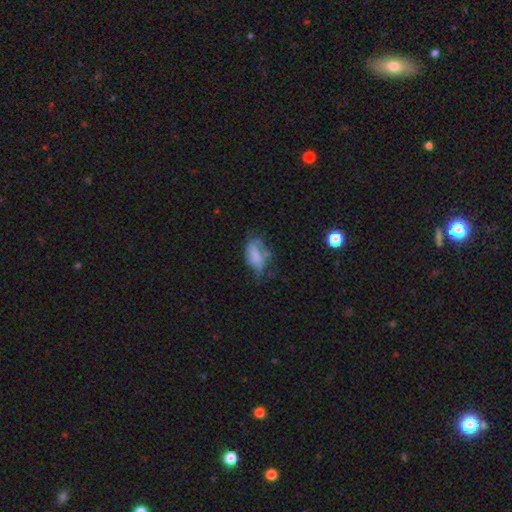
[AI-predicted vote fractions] A smooth galaxy with no disk features (53%) that is in between round and cigar-shaped (85%). Merging: major disturbance (38%).